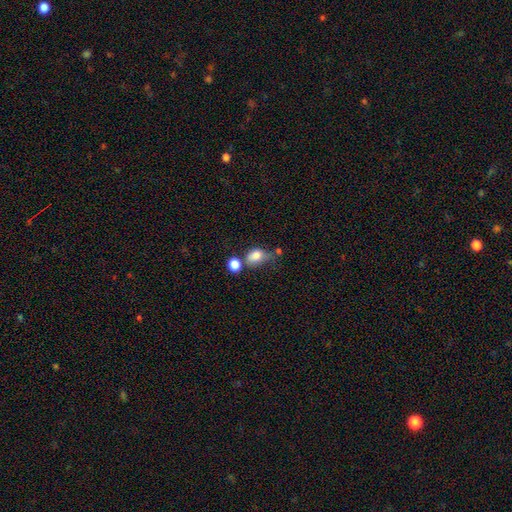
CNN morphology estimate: Smooth or featured?
  - smooth: 80% *
  - star or artifact: 10%
  - featured or disk: 10%
How rounded?
  - in between: 64% *
  - round: 34%
  - cigar-shaped: 2%
Merging?
  - none: 36% *
  - merger: 29%
  - minor disturbance: 22%
  - major disturbance: 13%